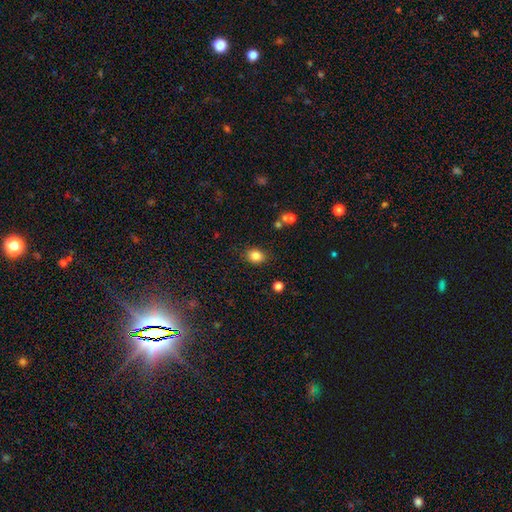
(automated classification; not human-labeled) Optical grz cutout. It shows a smooth galaxy with no disk features (84%) that is in between round and cigar-shaped (53%). Merging: none (84%).